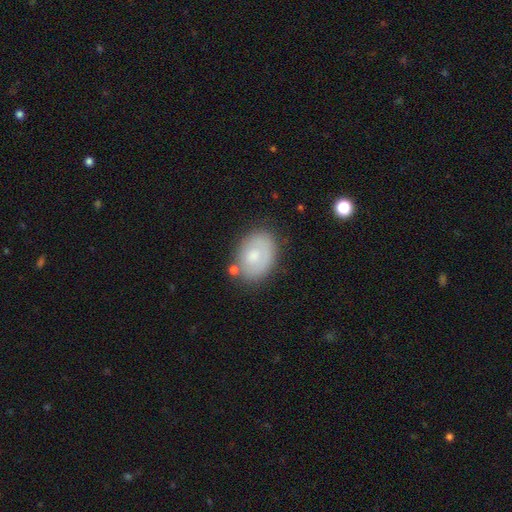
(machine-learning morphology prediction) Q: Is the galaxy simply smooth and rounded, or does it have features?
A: smooth — 61%.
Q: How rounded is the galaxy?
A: in between — 73%.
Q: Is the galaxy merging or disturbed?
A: none — 70%.